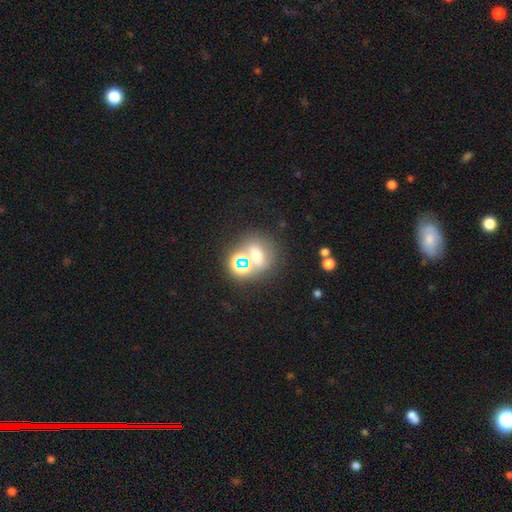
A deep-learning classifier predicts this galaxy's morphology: A smooth galaxy with no disk features (48%). Merging: none (58%).